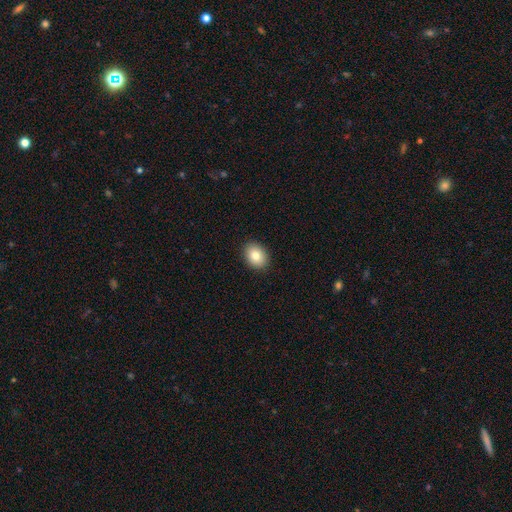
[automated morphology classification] Smooth or featured? smooth (82%)
How rounded? in between (67%)
Merging? none (90%)